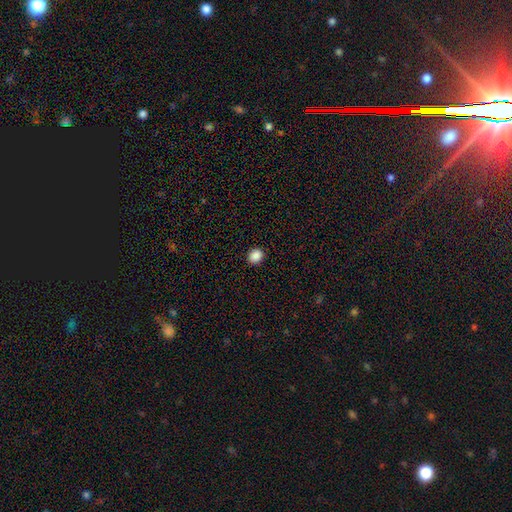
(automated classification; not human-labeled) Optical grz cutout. It shows a smooth galaxy with no disk features (88%) that is round (71%). Merging: none (92%).